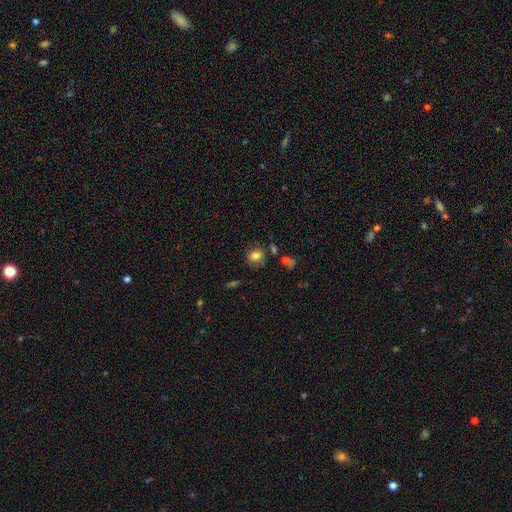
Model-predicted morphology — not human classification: smooth 79%, featured or disk 11%, star or artifact 10%. Down the decision tree: how rounded — round (66%); merging — none (72%).